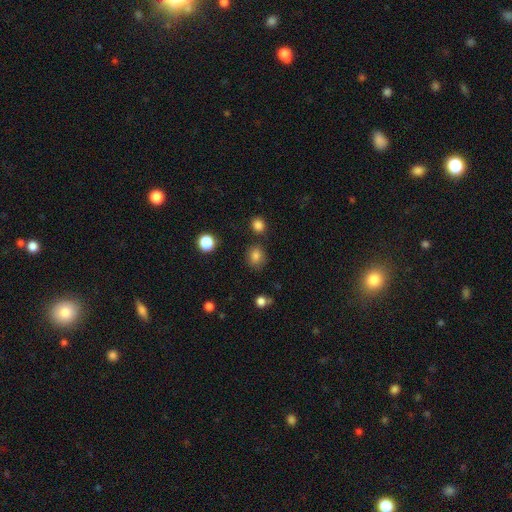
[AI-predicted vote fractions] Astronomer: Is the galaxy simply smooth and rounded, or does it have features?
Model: smooth — 82%.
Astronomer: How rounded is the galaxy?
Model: round — 73%.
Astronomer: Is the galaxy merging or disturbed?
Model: none — 80%.